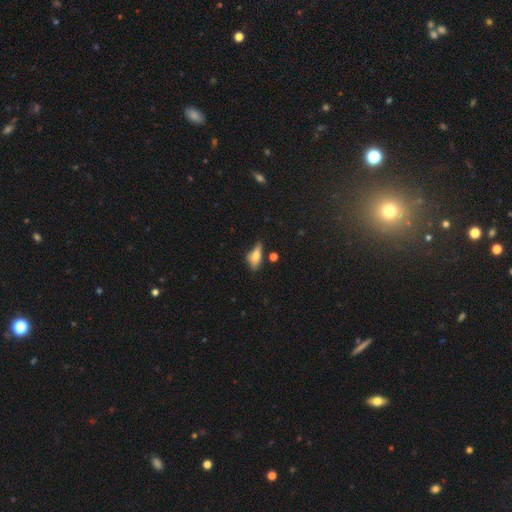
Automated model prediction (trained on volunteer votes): Morphology: type=smooth (69%); roundness=in between (77%); merging=none (43%).